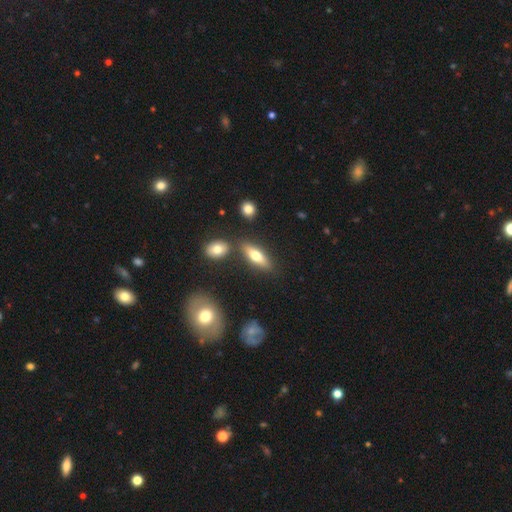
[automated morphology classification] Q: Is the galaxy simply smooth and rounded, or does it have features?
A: smooth — 61%.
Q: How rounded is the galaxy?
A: in between — 51%.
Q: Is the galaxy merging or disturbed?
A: none — 77%.